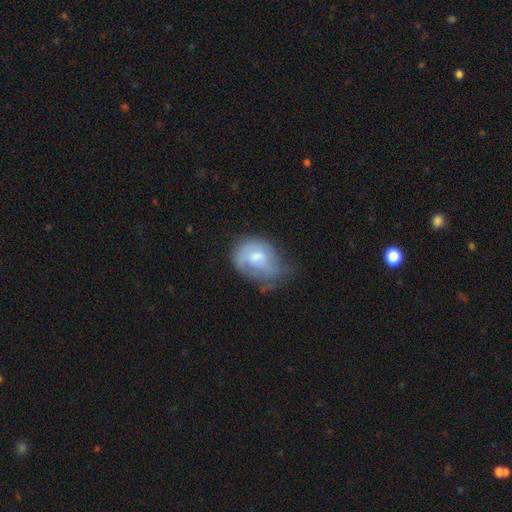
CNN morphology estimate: The model was most divided on "merging": minor disturbance: 39%, none: 38%, major disturbance: 21%, merger: 2%. More confident: how rounded — in between (64%); smooth or featured — smooth (54%).